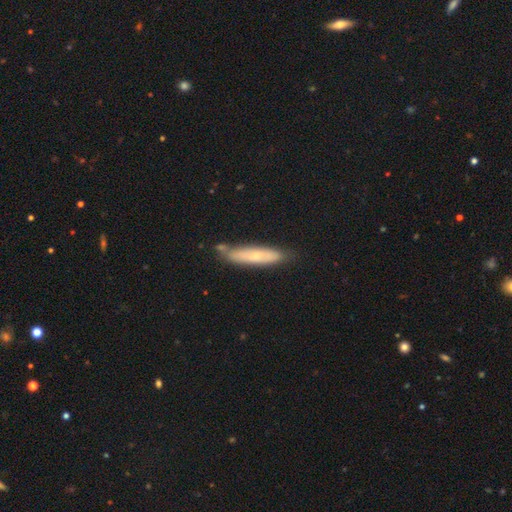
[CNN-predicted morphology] A smooth galaxy with no disk features (56%) that is cigar-shaped (84%).

Vote fractions:
- Smooth or featured? smooth: 56% / featured or disk: 38% / star or artifact: 7%
- How rounded? cigar-shaped: 84% / in between: 15% / round: 2%
- Merging? none: 68% / minor disturbance: 21% / merger: 7% / major disturbance: 4%